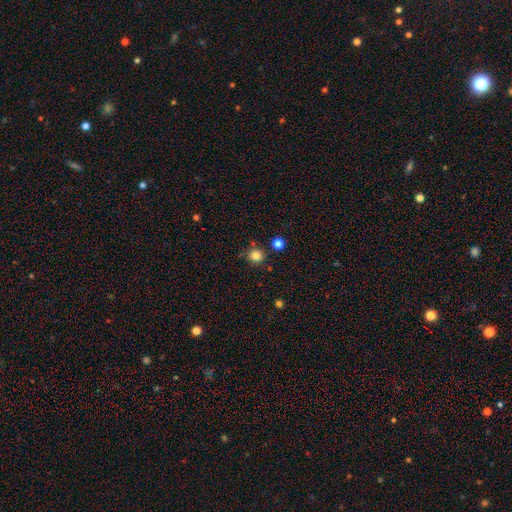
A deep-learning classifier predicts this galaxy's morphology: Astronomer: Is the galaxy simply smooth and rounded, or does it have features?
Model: smooth — 82%.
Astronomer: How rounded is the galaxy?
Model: round — 89%.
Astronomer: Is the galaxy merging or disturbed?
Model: none — 81%.